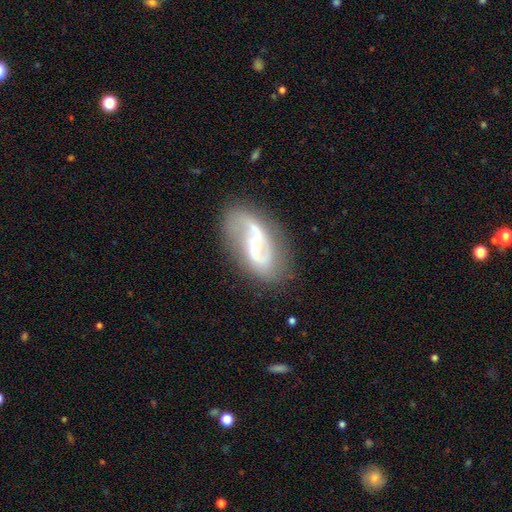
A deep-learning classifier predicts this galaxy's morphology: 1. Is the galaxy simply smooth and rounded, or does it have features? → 85% featured or disk, 9% smooth, 6% star or artifact.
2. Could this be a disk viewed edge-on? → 96% no, 4% yes.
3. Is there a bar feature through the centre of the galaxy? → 41% weak, 36% no, 24% strong.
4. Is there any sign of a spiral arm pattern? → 93% yes, 7% no.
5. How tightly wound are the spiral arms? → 50% loose, 39% medium, 11% tight.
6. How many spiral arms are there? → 89% 2, 4% 1, 4% can't tell, 1% 3, 1% 4, 1% more than 4.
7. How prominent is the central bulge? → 64% small, 30% moderate, 3% large, 2% none, 1% dominant.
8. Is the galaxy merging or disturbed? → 74% none, 15% minor disturbance, 8% major disturbance, 2% merger.